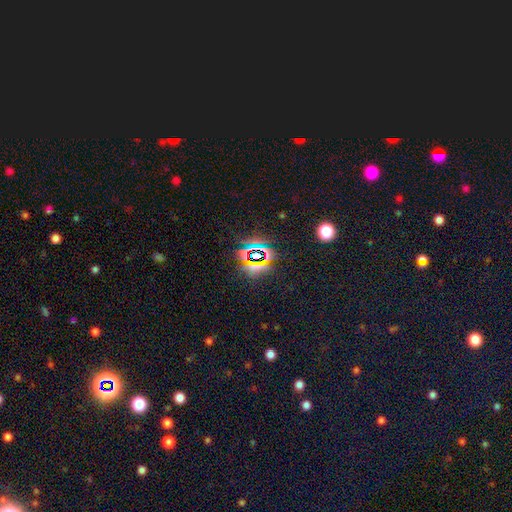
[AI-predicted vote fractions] Smooth or featured?
  - star or artifact: 74% *
  - smooth: 16%
  - featured or disk: 9%